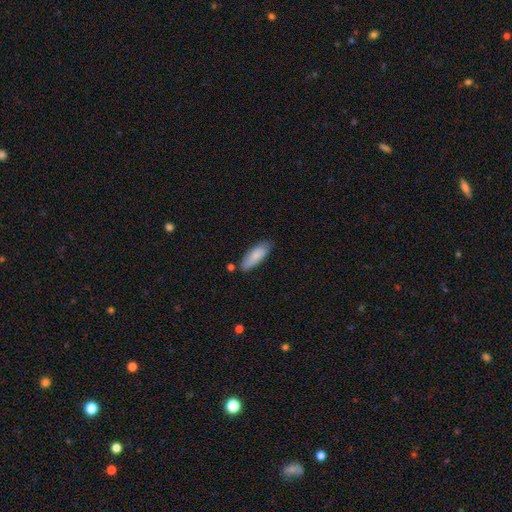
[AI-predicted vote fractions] Smooth or featured: smooth — 82% (featured or disk — 12%)
How rounded: in between — 67% (cigar-shaped — 31%)
Merging: none — 74% (minor disturbance — 19%)